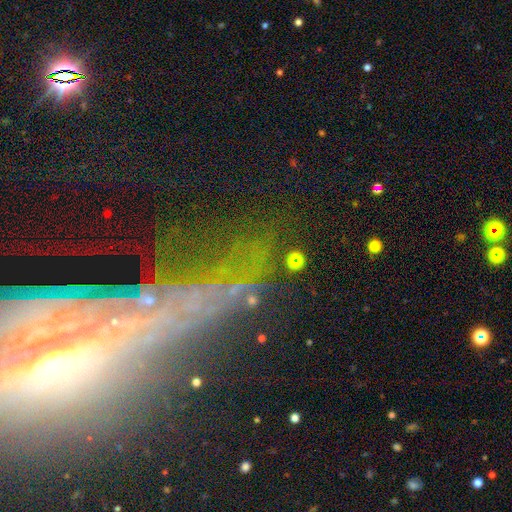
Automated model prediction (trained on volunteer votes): Smooth or featured: featured or disk — 39% (star or artifact — 37%)
Merging: none — 57% (major disturbance — 18%)